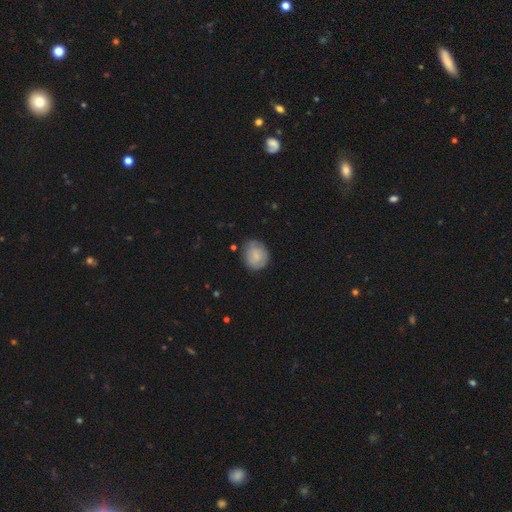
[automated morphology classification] This appears to be a smooth galaxy with no disk features (71%) that is round (72%). Merging: none (68%).